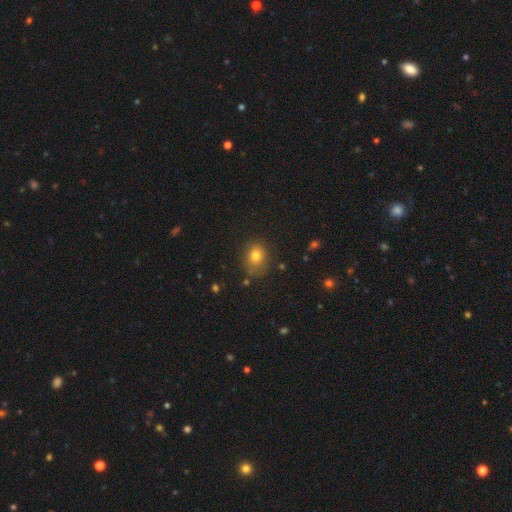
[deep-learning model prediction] Morphology: type=smooth (78%); roundness=round (55%); merging=none (73%).